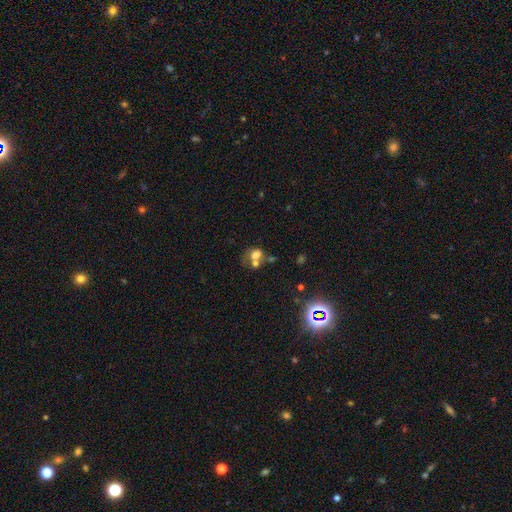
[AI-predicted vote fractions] Morphology: type=smooth (61%); roundness=round (51%); merging=merger (56%).